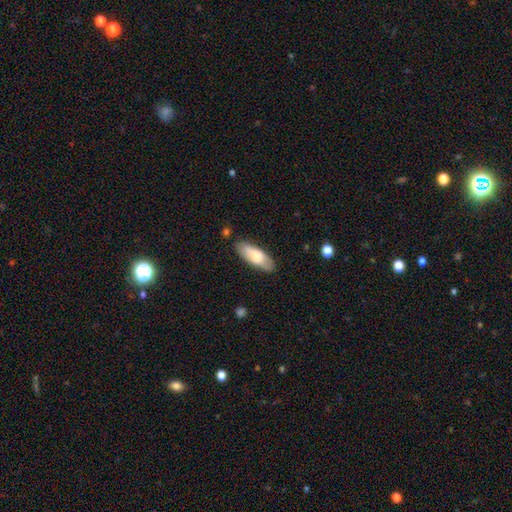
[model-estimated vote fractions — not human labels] Morphology: type=smooth (73%); roundness=in between (73%); merging=none (81%).